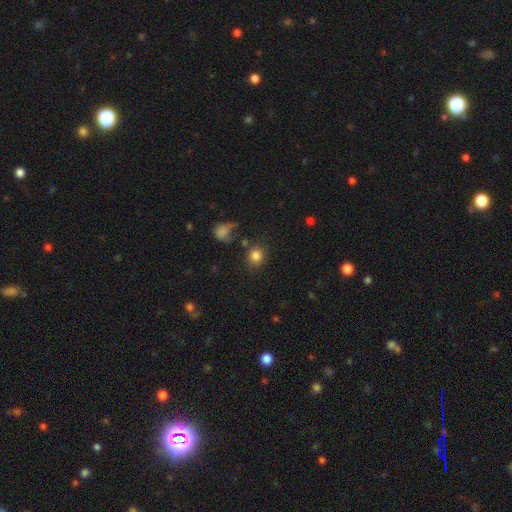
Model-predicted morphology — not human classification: smooth_or_featured: smooth (p=0.83) [alt: star or artifact p=0.11]
how_rounded: round (p=0.82) [alt: in between p=0.17]
merging: none (p=0.75) [alt: minor disturbance p=0.12]